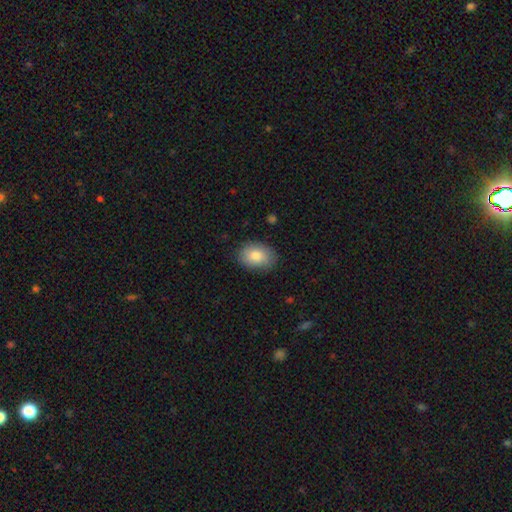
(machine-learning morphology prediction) type=smooth (84%); roundness=in between (74%); merging=none (84%).